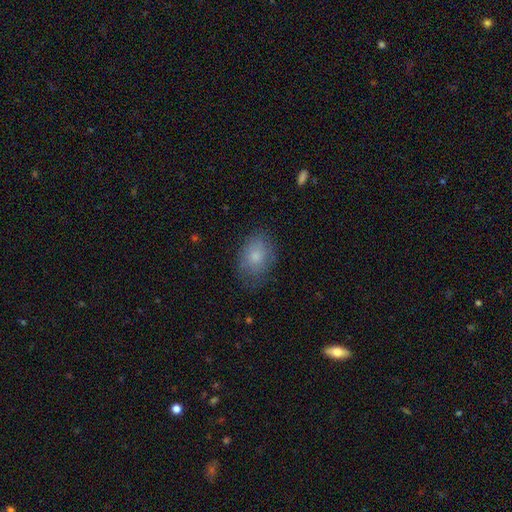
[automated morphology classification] Smooth or featured? Predicted: smooth (p=0.77). How rounded? Predicted: in between (p=0.79). Merging? Predicted: none (p=0.70).